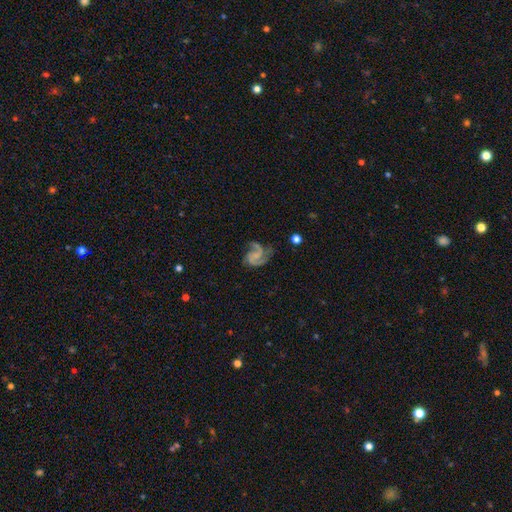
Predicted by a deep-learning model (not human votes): A featured or disk galaxy (86%) with no bar (54%), 2 (52%) medium (52%) spiral arms (97%) and no central bulge (49%).

Vote fractions:
- Smooth or featured? featured or disk: 86% / smooth: 8% / star or artifact: 6%
- Edge-on disk? no: 98% / yes: 2%
- Bar? no: 54% / weak: 35% / strong: 11%
- Spiral arms? yes: 97% / no: 3%
- Spiral winding? medium: 52% / loose: 27% / tight: 21%
- Spiral arm count? 2: 52% / 3: 32% / can't tell: 6% / 1: 4% / 4: 4% / more than 4: 3%
- Bulge size? none: 49% / small: 37% / moderate: 11% / large: 2% / dominant: 1%
- Merging? none: 57% / minor disturbance: 21% / major disturbance: 19% / merger: 4%